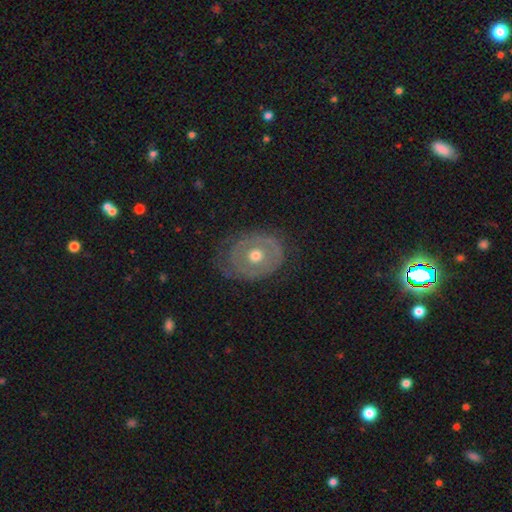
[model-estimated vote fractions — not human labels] The model was most divided on "smooth or featured": featured or disk: 62%, smooth: 32%, star or artifact: 6%. More confident: edge-on disk — no (96%); bar — no (89%); bulge size — moderate (77%); spiral arms — no (69%); merging — none (63%).